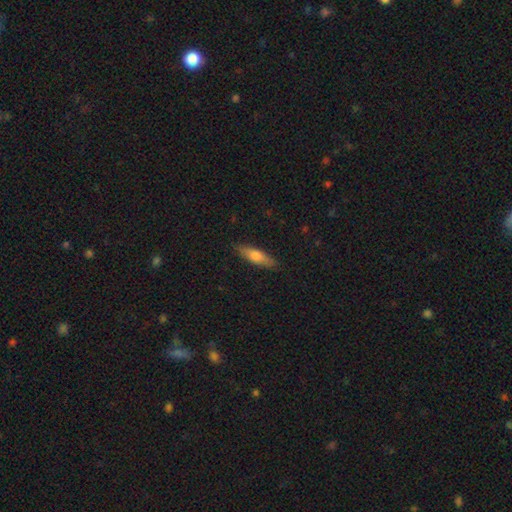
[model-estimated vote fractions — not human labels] A smooth galaxy with no disk features (67%) that is cigar-shaped (61%).

Vote fractions:
- Smooth or featured? smooth: 67% / featured or disk: 27% / star or artifact: 6%
- How rounded? cigar-shaped: 61% / in between: 37% / round: 2%
- Merging? none: 87% / minor disturbance: 10% / major disturbance: 2% / merger: 1%